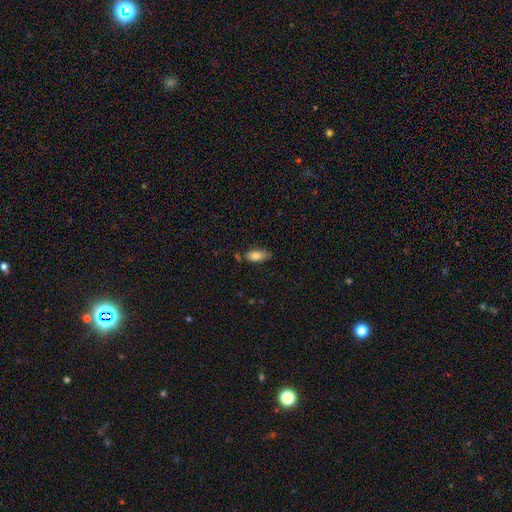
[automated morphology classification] Smooth or featured?
  - smooth: 81% *
  - featured or disk: 11%
  - star or artifact: 8%
How rounded?
  - in between: 85% *
  - cigar-shaped: 12%
  - round: 3%
Merging?
  - none: 60% *
  - minor disturbance: 27%
  - merger: 7%
  - major disturbance: 6%